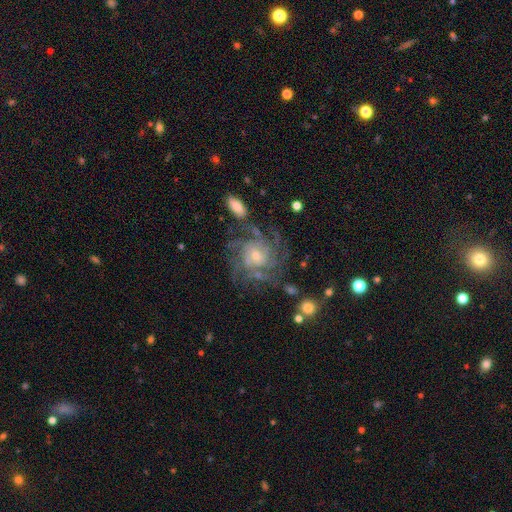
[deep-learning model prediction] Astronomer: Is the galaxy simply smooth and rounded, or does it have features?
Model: featured or disk — 83%.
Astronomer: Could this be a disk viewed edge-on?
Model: no — 97%.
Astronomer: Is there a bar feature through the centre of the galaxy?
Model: no — 68%.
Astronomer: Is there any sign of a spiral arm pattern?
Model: yes — 96%.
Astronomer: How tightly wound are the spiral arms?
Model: tight — 61%.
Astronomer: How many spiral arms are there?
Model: can't tell — 30% (runner-up: 4, 26%).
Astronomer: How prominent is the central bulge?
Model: small — 52% (runner-up: moderate, 38%).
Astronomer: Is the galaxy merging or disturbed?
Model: none — 70%.